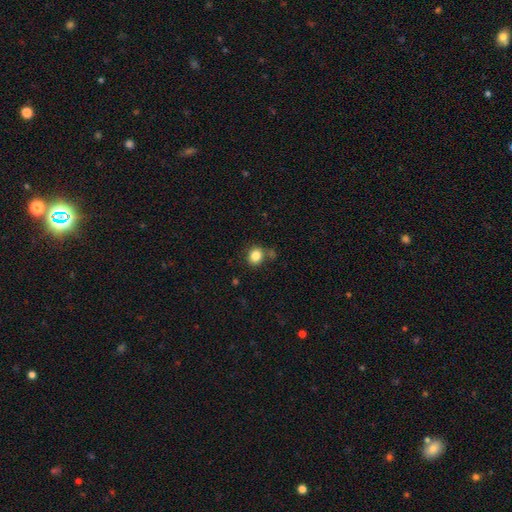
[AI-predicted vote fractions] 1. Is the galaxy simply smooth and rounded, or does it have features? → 84% smooth, 11% star or artifact, 5% featured or disk.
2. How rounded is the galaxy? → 75% round, 24% in between, 1% cigar-shaped.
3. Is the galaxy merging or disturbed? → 74% none, 13% minor disturbance, 9% merger, 4% major disturbance.